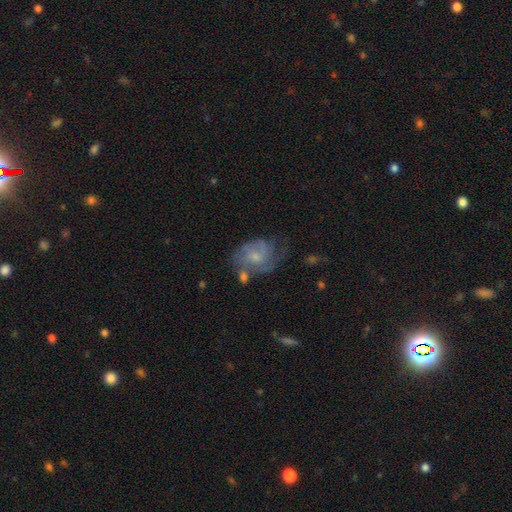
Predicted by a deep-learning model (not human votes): smooth_or_featured: featured or disk (p=0.64) [alt: smooth p=0.28]
disk_edge_on: no (p=0.97) [alt: yes p=0.03]
bar: no (p=0.68) [alt: weak p=0.28]
has_spiral_arms: yes (p=0.80) [alt: no p=0.20]
bulge_size: small (p=0.50) [alt: moderate p=0.37]
merging: none (p=0.44) [alt: minor disturbance p=0.26]